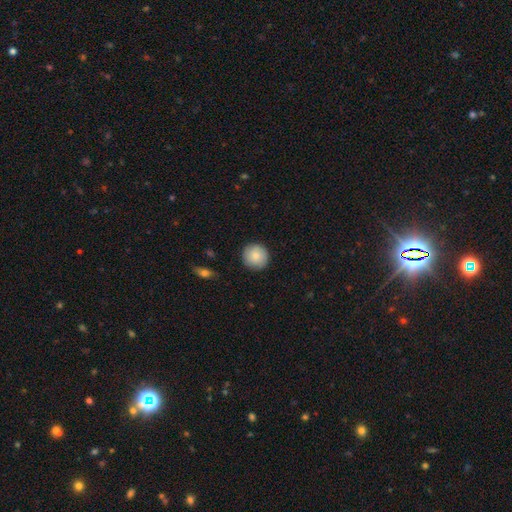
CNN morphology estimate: This appears to be a smooth galaxy with no disk features (84%) that is round (94%). Merging: none (89%).